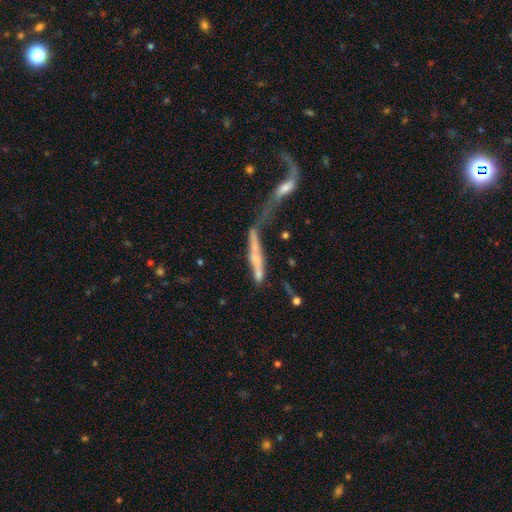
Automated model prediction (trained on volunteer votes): smooth-or-featured: featured or disk: 57% | smooth: 33% | star or artifact: 10%
  disk-edge-on: yes: 58% | no: 42%
  merging: merger: 65% | major disturbance: 15% | none: 13% | minor disturbance: 8%